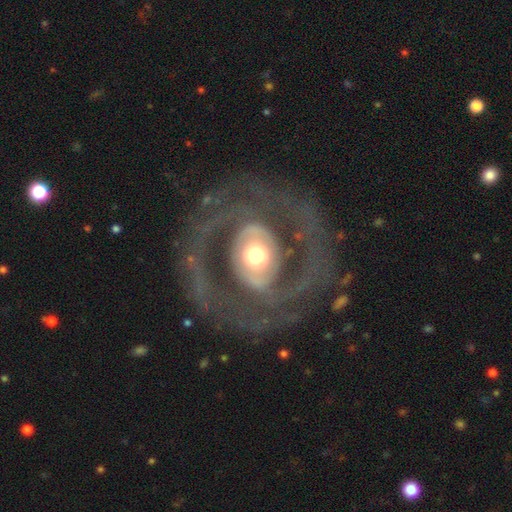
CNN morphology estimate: smooth_or_featured: featured or disk (p=0.86) [alt: smooth p=0.09]
disk_edge_on: no (p=0.96) [alt: yes p=0.04]
bar: no (p=0.66) [alt: weak p=0.20]
has_spiral_arms: yes (p=0.86) [alt: no p=0.14]
spiral_winding: medium (p=0.41) [alt: tight p=0.39]
spiral_arm_count: 2 (p=0.67) [alt: can't tell p=0.12]
bulge_size: moderate (p=0.53) [alt: large p=0.29]
merging: none (p=0.69) [alt: major disturbance p=0.17]